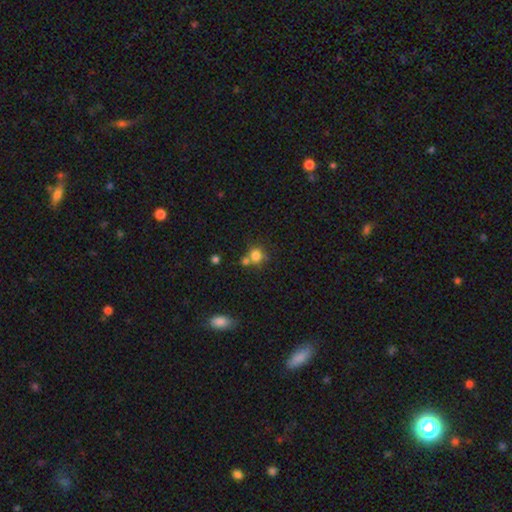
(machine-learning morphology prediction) A smooth galaxy with no disk features (79%) that is round (83%). Merging: none (53%).